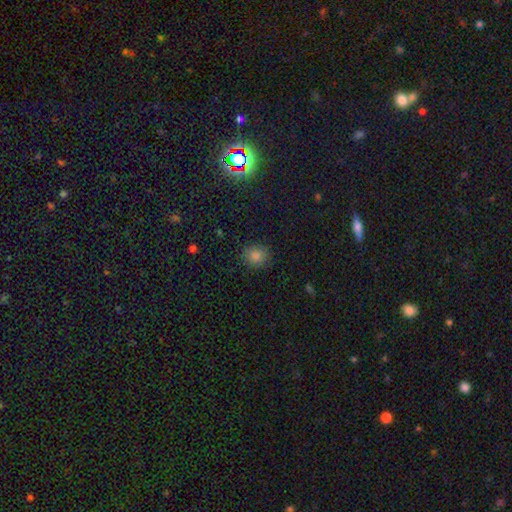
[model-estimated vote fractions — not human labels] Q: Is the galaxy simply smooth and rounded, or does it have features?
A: smooth — 80%.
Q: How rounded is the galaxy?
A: round — 78%.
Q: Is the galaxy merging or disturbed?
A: none — 88%.